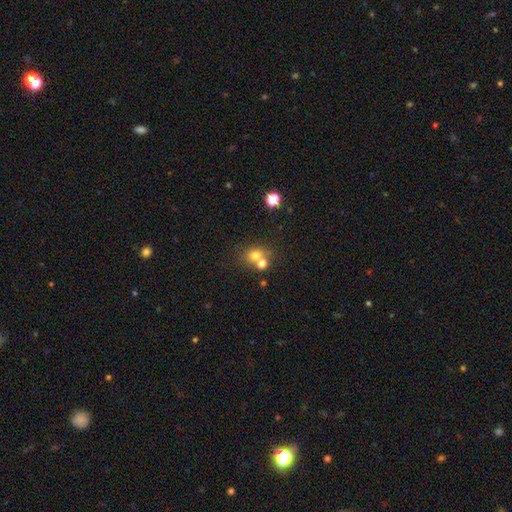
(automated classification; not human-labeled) Smooth or featured? smooth (71%)
How rounded? round (71%)
Merging? none (49%)